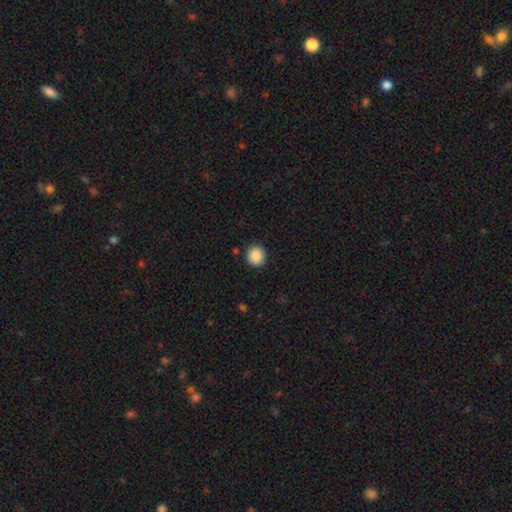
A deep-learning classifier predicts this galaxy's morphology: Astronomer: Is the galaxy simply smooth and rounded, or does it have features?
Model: smooth — 88%.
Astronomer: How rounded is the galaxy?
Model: round — 88%.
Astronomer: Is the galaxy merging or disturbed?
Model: none — 89%.